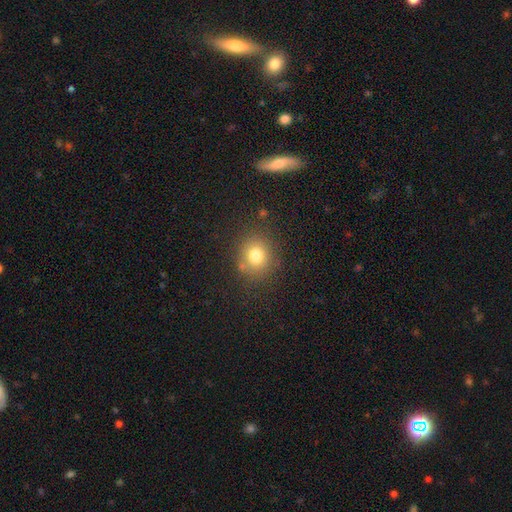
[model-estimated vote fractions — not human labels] smooth_or_featured: smooth (p=0.77) [alt: star or artifact p=0.14]
how_rounded: round (p=0.81) [alt: in between p=0.18]
merging: none (p=0.81) [alt: minor disturbance p=0.11]